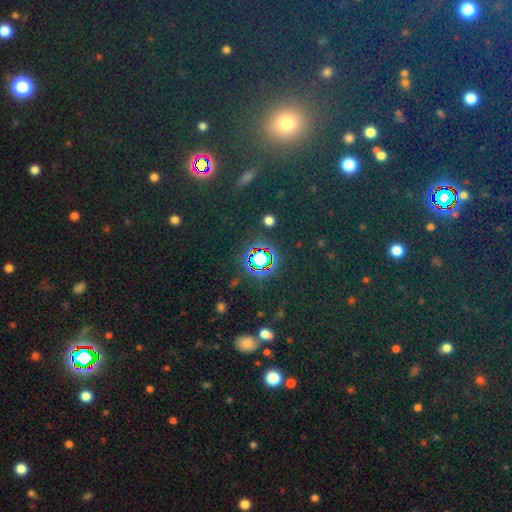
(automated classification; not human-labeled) The model was most divided on "smooth or featured": star or artifact: 65%, smooth: 28%, featured or disk: 7%.